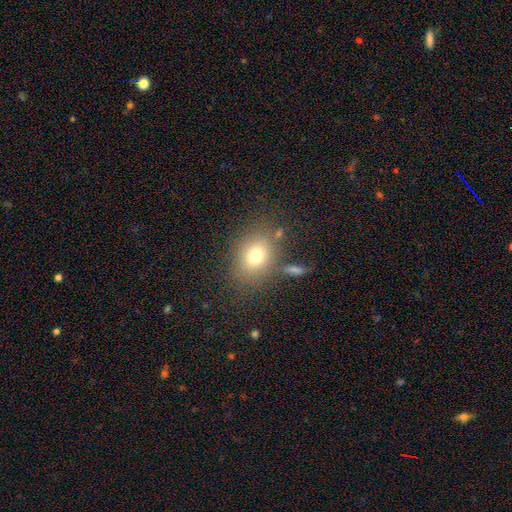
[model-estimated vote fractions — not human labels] A smooth galaxy with no disk features (74%) that is in between round and cigar-shaped (52%).

Vote fractions:
- Smooth or featured? smooth: 74% / star or artifact: 13% / featured or disk: 13%
- How rounded? in between: 52% / round: 47% / cigar-shaped: 1%
- Merging? none: 75% / minor disturbance: 13% / merger: 7% / major disturbance: 6%